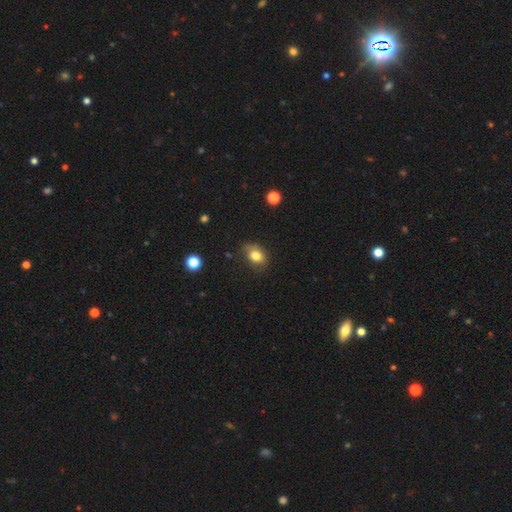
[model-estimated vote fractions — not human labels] Smooth or featured: smooth — 80% (featured or disk — 11%)
How rounded: in between — 70% (round — 29%)
Merging: none — 70% (minor disturbance — 23%)